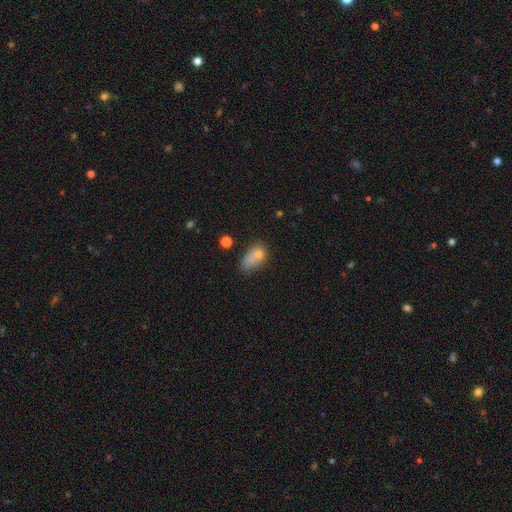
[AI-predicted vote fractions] Smooth or featured?
  - smooth: 73% *
  - featured or disk: 15%
  - star or artifact: 12%
How rounded?
  - in between: 80% *
  - round: 17%
  - cigar-shaped: 3%
Merging?
  - none: 30% *
  - minor disturbance: 27%
  - major disturbance: 22%
  - merger: 21%